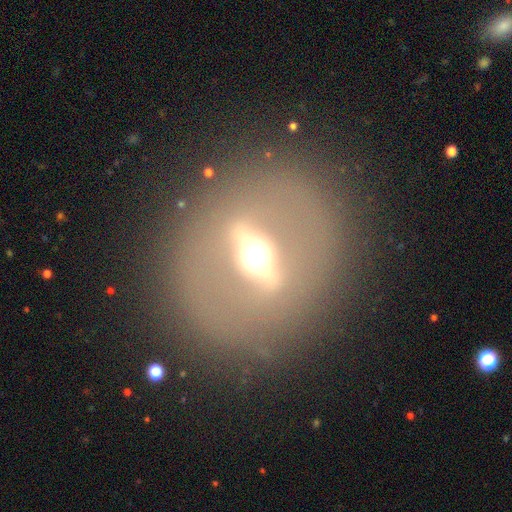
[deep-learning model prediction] Q: Smooth or featured?
A: featured or disk (78%); runner-up: smooth (12%)
Q: Edge-on disk?
A: yes (61%); runner-up: no (39%)
Q: Merging?
A: none (85%); runner-up: minor disturbance (7%)